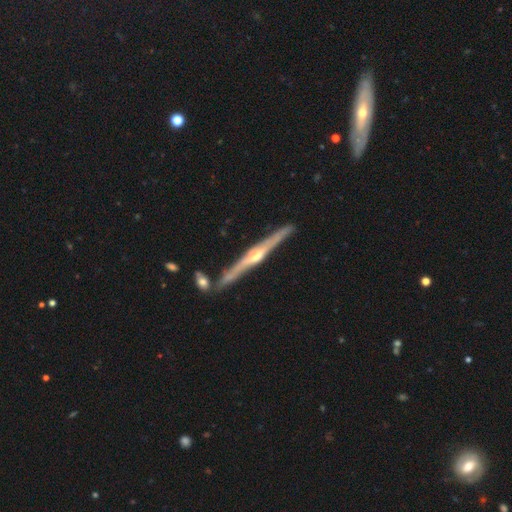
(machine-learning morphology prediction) This appears to be a featured or disk galaxy (78%) viewed edge-on (97%) with a rounded central bulge (75%). Merging: none (79%).